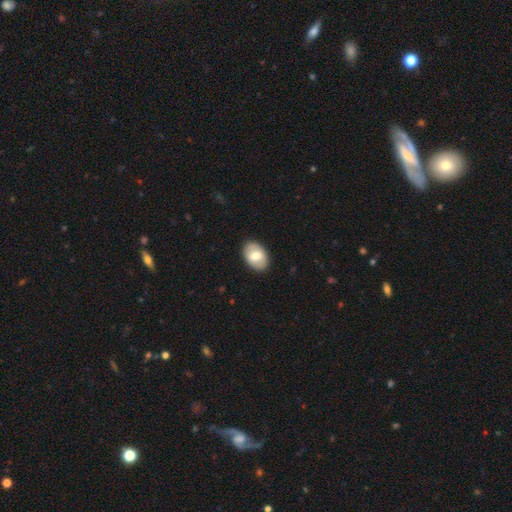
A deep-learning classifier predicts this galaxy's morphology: This appears to be a smooth galaxy with no disk features (66%) that is in between round and cigar-shaped (86%). Merging: none (88%).